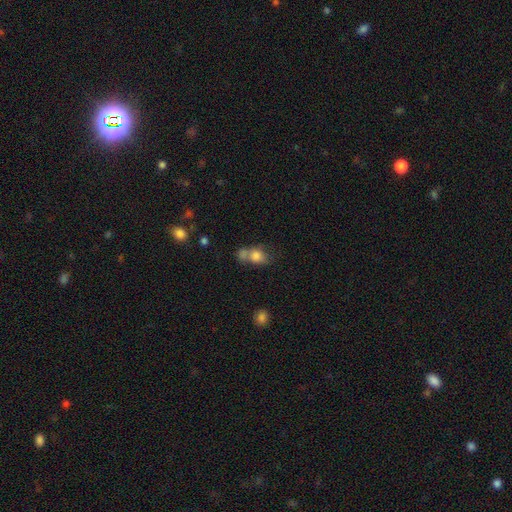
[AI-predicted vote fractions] smooth_or_featured: smooth (p=0.78) [alt: featured or disk p=0.12]
how_rounded: in between (p=0.54) [alt: round p=0.44]
merging: merger (p=0.49) [alt: none p=0.31]